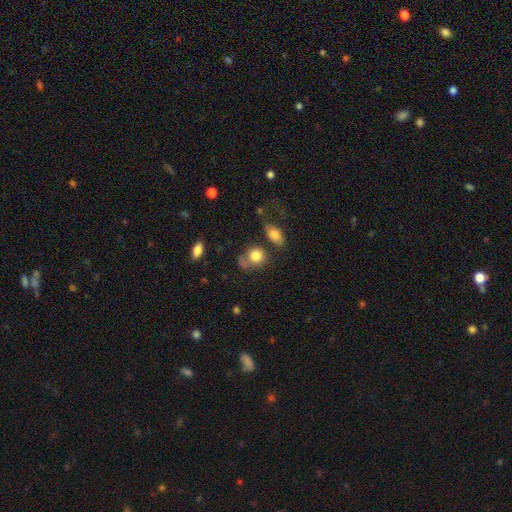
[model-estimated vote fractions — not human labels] Overall: smooth (80%). How rounded: round (65%; in between 34%). Merging: none (40%; minor disturbance 25%).